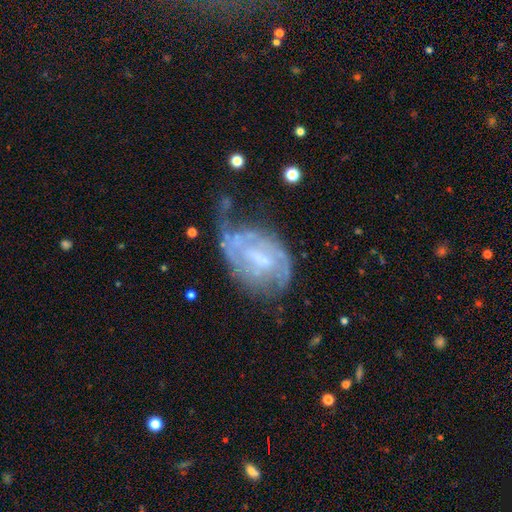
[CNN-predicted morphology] Overall: featured or disk (76%). Edge-on disk: no (97%). Bar: weak (54%; no 28%). Spiral arms: yes (83%). Spiral arm count: 2 (40%; can't tell 37%). Spiral winding: tight (47%; medium 36%). Bulge size: small (48%; moderate 30%). Merging: none (40%; minor disturbance 29%).